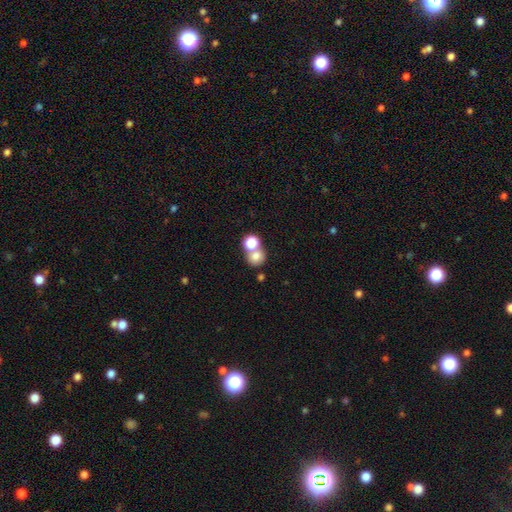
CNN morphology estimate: The model was most divided on "merging": merger: 51%, none: 40%, minor disturbance: 6%, major disturbance: 3%. More confident: how rounded — round (77%); smooth or featured — smooth (76%).